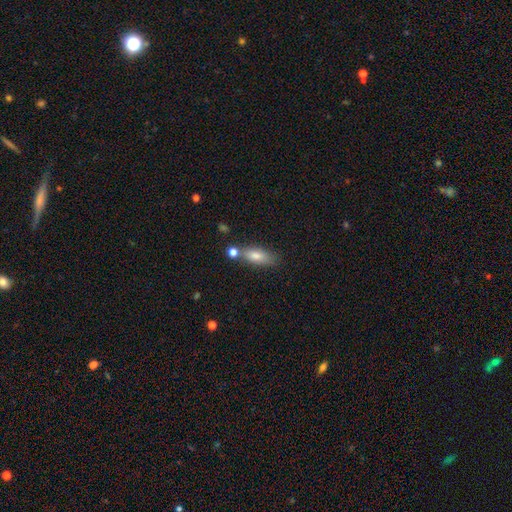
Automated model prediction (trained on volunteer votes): A smooth galaxy with no disk features (75%) that is in between round and cigar-shaped (69%).

Vote fractions:
- Smooth or featured? smooth: 75% / featured or disk: 17% / star or artifact: 9%
- How rounded? in between: 69% / cigar-shaped: 27% / round: 4%
- Merging? none: 63% / merger: 17% / minor disturbance: 15% / major disturbance: 5%